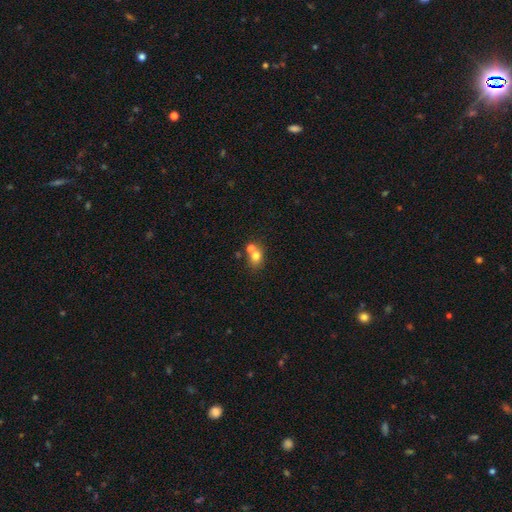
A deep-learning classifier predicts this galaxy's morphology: Smooth or featured? smooth (71%)
How rounded? round (61%)
Merging? merger (50%)